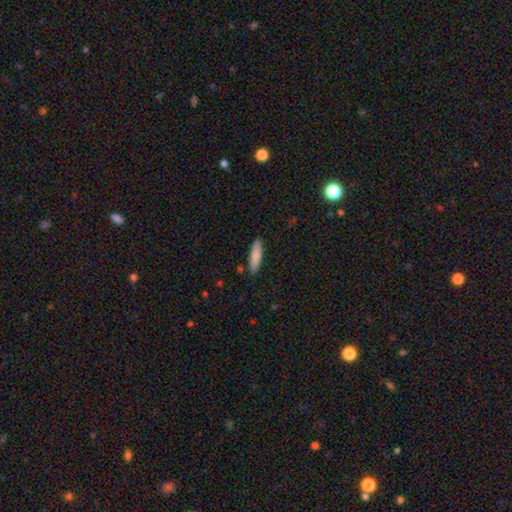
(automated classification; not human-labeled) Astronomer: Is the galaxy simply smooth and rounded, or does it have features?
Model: smooth — 85%.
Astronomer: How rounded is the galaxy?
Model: cigar-shaped — 69%.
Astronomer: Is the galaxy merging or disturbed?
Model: none — 87%.